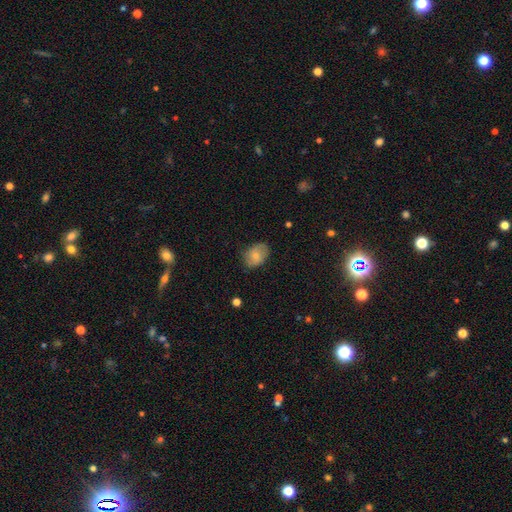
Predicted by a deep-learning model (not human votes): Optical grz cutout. It shows a smooth galaxy with no disk features (73%) that is in between round and cigar-shaped (78%). Merging: none (74%).